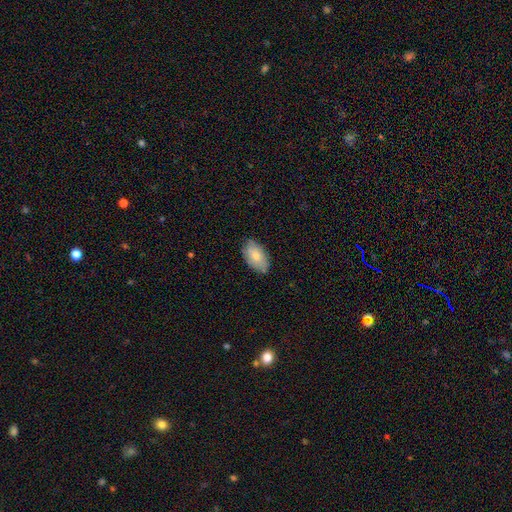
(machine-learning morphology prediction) This is likely a smooth galaxy (76%). How rounded: clearly in between (94%). Merging: likely none (78%).